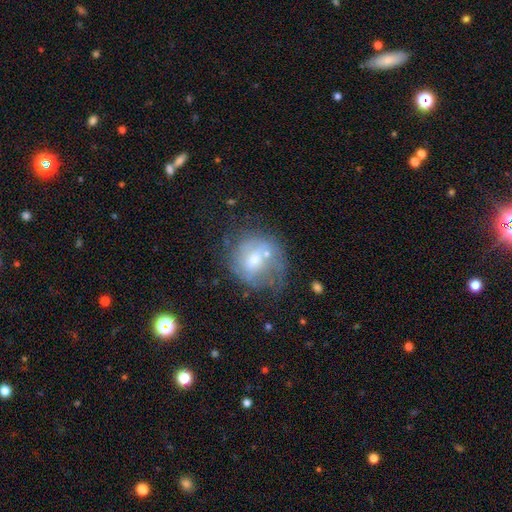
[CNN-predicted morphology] featured or disk 51%, smooth 36%, star or artifact 13%. Down the decision tree: edge-on disk — no (95%); merging — none (50%).